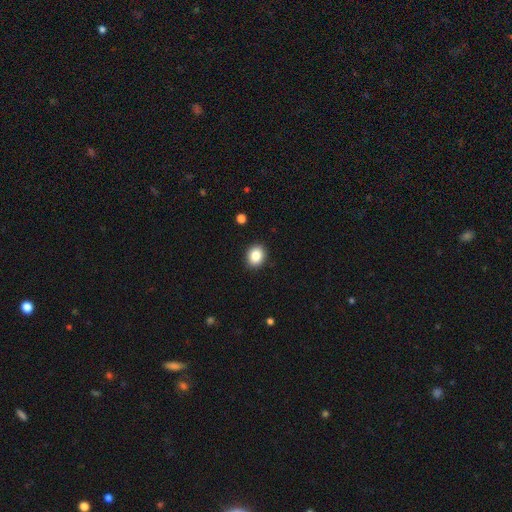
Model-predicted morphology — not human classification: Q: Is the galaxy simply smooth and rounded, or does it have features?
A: smooth — 86%.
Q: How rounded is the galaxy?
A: round — 60%.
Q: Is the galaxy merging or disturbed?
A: none — 91%.